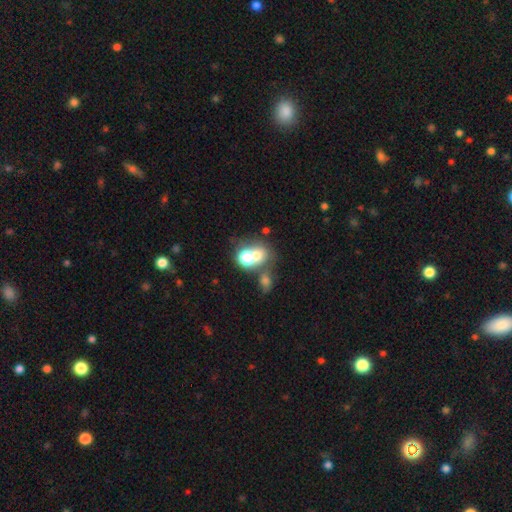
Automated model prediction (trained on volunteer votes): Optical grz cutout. It shows a smooth galaxy with no disk features (63%) that is round (62%). Merging: merger (57%).